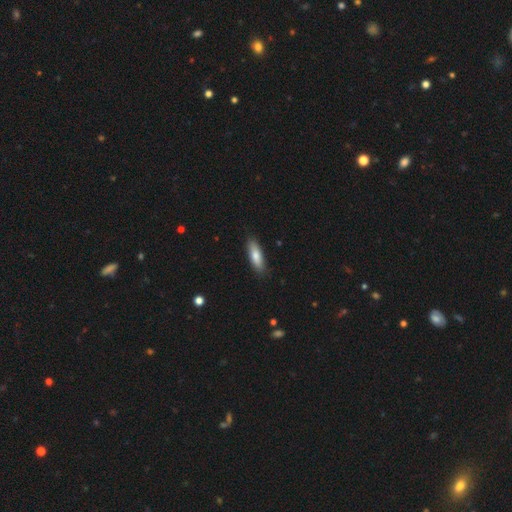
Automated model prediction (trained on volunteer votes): Smooth or featured: smooth — 77% (featured or disk — 17%)
How rounded: in between — 49% (tied with cigar-shaped — 49%)
Merging: none — 86% (minor disturbance — 11%)